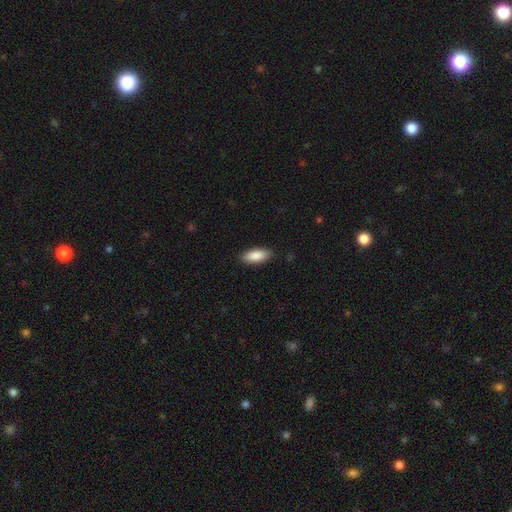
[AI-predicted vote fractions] Overall: smooth (89%). How rounded: in between (81%). Merging: none (88%).